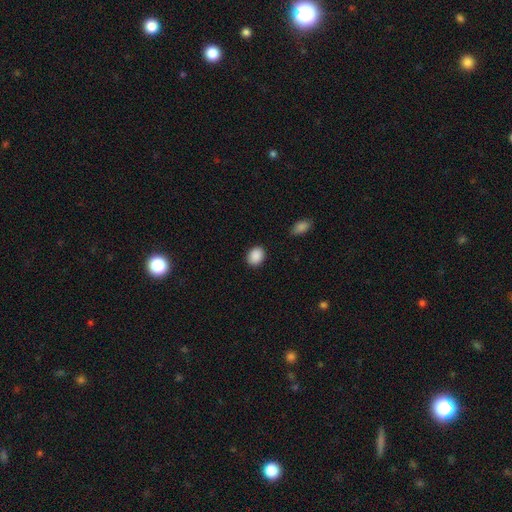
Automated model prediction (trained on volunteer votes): Smooth or featured? Predicted: smooth (p=0.89). How rounded? Predicted: in between (p=0.53). Merging? Predicted: none (p=0.87).